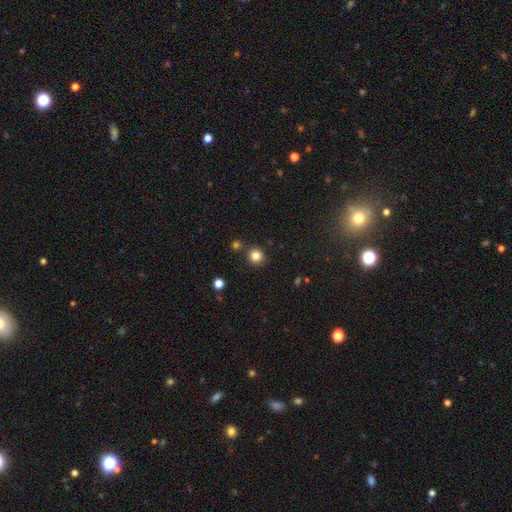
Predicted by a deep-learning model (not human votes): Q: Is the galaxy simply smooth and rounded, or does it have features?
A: smooth — 82%.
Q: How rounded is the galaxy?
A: round — 92%.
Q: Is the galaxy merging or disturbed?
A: none — 85%.